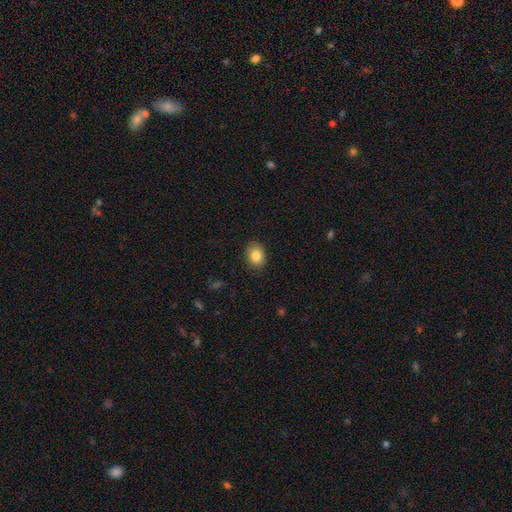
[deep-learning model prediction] This appears to be a smooth galaxy with no disk features (83%) that is in between round and cigar-shaped (60%). Merging: none (86%).